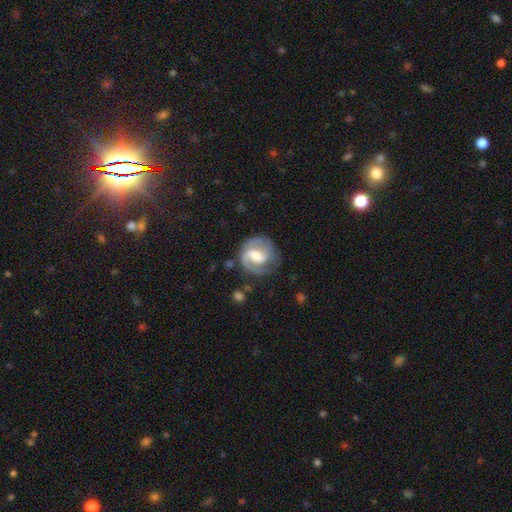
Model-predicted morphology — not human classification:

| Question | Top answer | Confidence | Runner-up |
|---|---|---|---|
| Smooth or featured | featured or disk | 80% | smooth (15%) |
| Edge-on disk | no | 98% | yes (2%) |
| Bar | weak | 52% | strong (26%) |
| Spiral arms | yes | 94% | no (6%) |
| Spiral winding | medium | 47% | tight (38%) |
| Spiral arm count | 2 | 77% | 1 (11%) |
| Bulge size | moderate | 55% | small (22%) |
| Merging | none | 72% | minor disturbance (17%) |